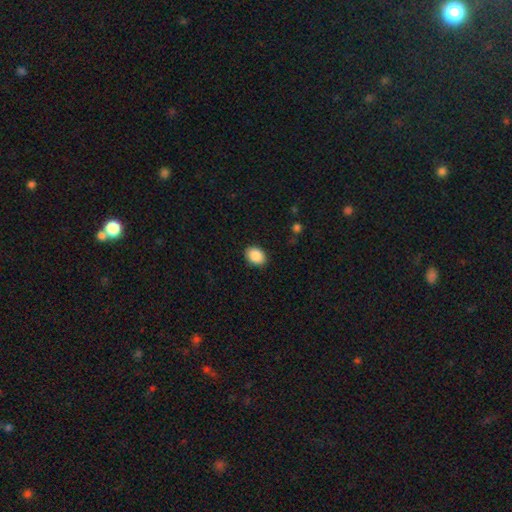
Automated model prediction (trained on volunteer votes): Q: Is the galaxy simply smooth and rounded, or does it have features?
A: smooth — 89%.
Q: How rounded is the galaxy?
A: in between — 70%.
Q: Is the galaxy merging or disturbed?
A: none — 89%.